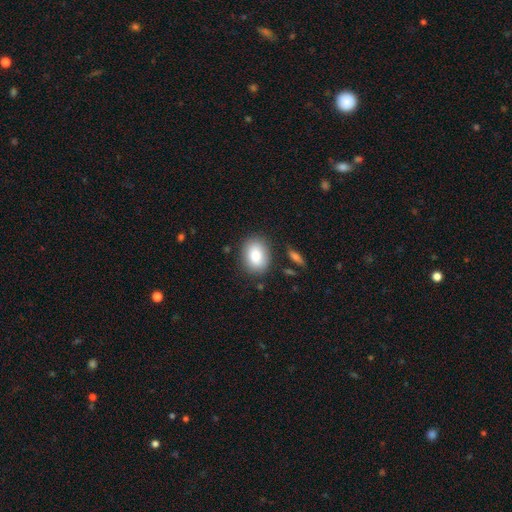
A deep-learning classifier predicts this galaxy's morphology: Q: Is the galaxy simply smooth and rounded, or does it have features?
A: smooth — 82%.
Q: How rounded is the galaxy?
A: in between — 68%.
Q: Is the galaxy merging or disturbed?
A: none — 83%.